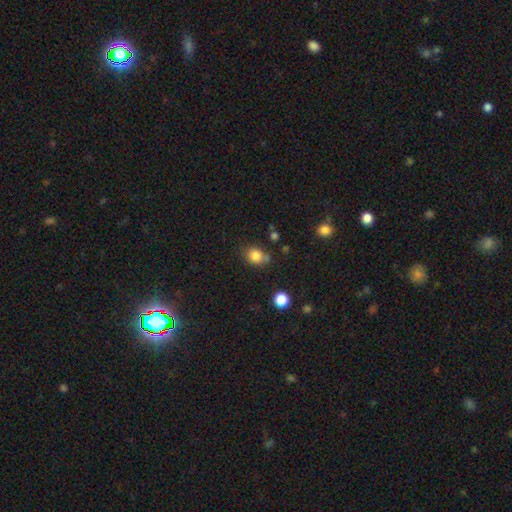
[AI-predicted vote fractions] Morphology: type=smooth (83%); roundness=round (58%); merging=none (64%).